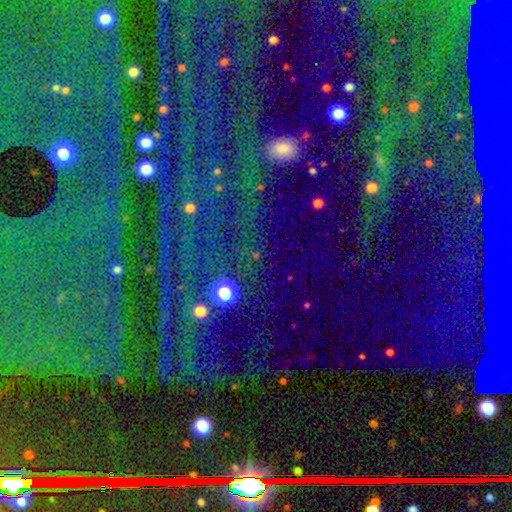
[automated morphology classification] The model was most divided on "smooth or featured": star or artifact: 77%, featured or disk: 12%, smooth: 12%.